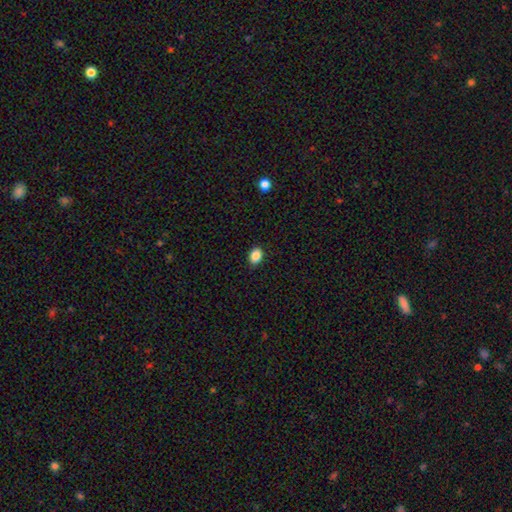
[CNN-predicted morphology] type=smooth (87%); roundness=in between (71%); merging=none (89%).